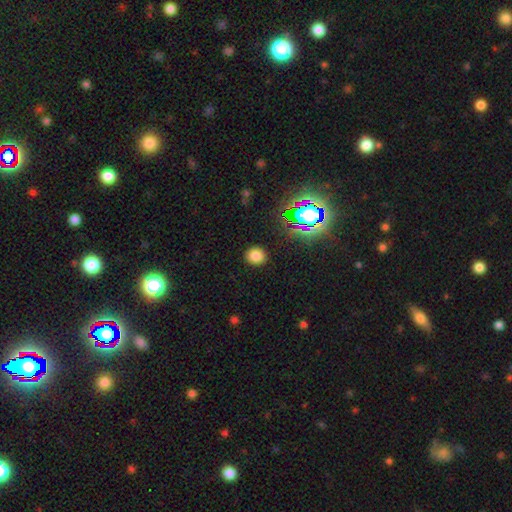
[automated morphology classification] Smooth or featured? Predicted: smooth (p=0.76). How rounded? Predicted: round (p=0.74). Merging? Predicted: none (p=0.88).